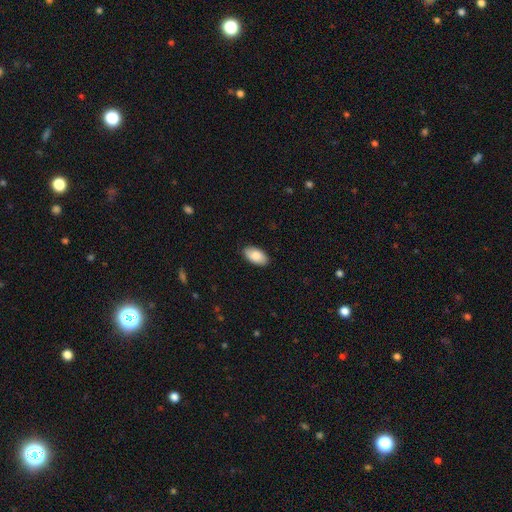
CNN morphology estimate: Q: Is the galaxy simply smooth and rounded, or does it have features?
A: smooth — 84%.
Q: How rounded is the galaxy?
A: in between — 95%.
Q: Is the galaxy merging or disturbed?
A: none — 88%.